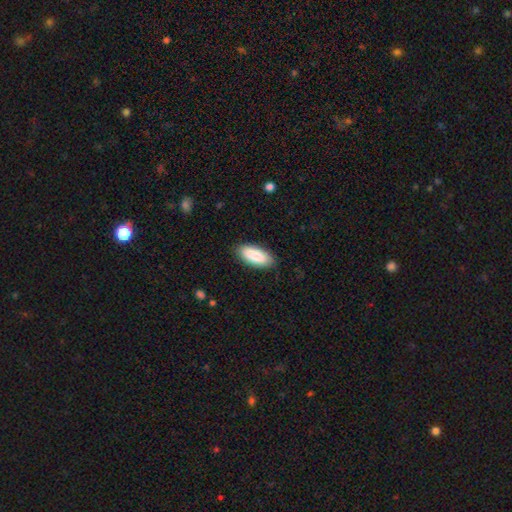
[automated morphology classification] smooth 86%, featured or disk 8%, star or artifact 6%. Down the decision tree: how rounded — in between (84%); merging — none (86%).